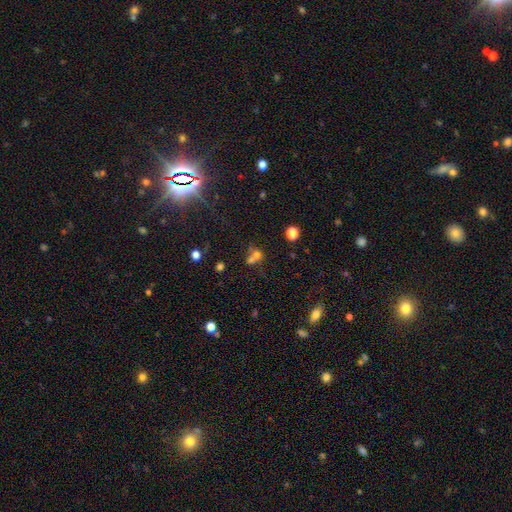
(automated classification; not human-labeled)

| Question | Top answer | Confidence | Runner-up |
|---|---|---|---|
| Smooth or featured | smooth | 63% | star or artifact (21%) |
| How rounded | round | 76% | in between (23%) |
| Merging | merger | 56% | none (32%) |